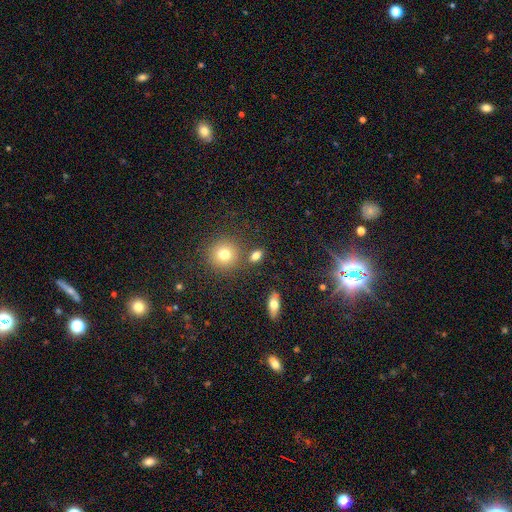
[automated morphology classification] type=smooth (76%); roundness=in between (67%); merging=none (77%).